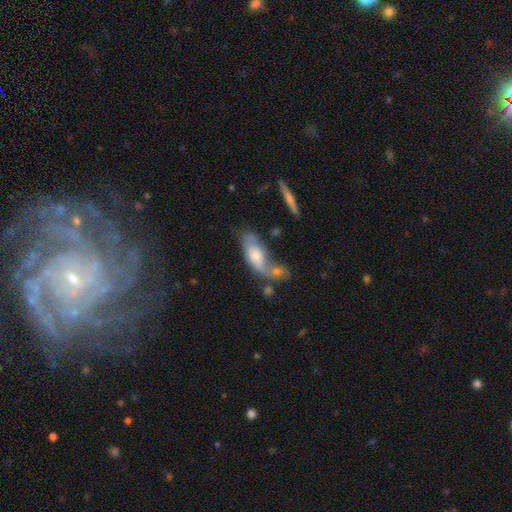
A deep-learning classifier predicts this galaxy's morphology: A smooth galaxy with no disk features (50%).

Vote fractions:
- Smooth or featured? smooth: 50% / featured or disk: 42% / star or artifact: 8%
- Merging? merger: 44% / none: 25% / minor disturbance: 16% / major disturbance: 16%